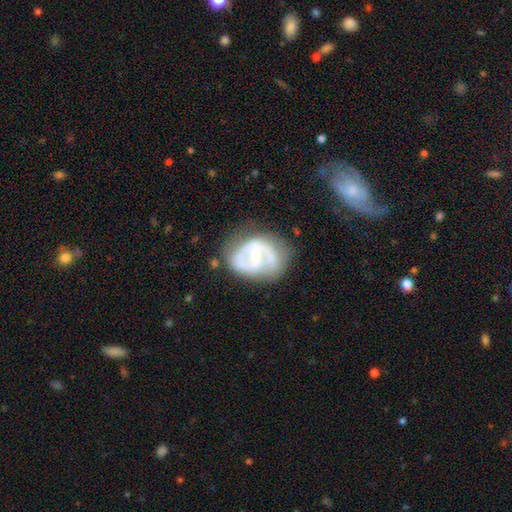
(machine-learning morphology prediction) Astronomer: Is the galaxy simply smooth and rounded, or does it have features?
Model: featured or disk — 73%.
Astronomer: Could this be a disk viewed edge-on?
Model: no — 97%.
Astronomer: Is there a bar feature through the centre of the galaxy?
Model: no — 45% (runner-up: weak, 40%).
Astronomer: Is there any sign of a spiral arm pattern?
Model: yes — 72%.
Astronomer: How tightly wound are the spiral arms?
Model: medium — 41% (runner-up: tight, 40%).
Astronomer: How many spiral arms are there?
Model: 2 — 53%.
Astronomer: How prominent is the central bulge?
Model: small — 53% (runner-up: moderate, 40%).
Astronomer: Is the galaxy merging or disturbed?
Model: none — 52%.